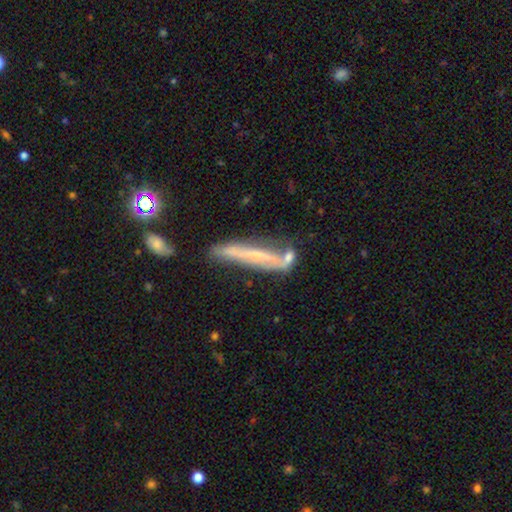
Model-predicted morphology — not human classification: Smooth or featured? Predicted: featured or disk (p=0.55). Edge-on disk? Predicted: yes (p=0.78). Merging? Predicted: none (p=0.48).